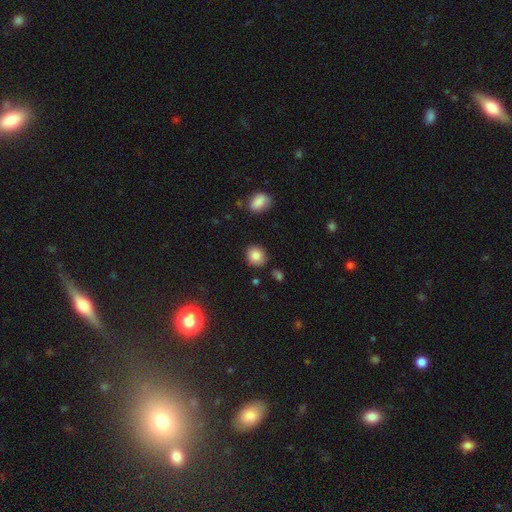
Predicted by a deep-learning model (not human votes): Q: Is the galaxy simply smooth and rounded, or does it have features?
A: smooth — 84%.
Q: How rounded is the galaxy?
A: round — 72%.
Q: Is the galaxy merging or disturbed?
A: none — 85%.